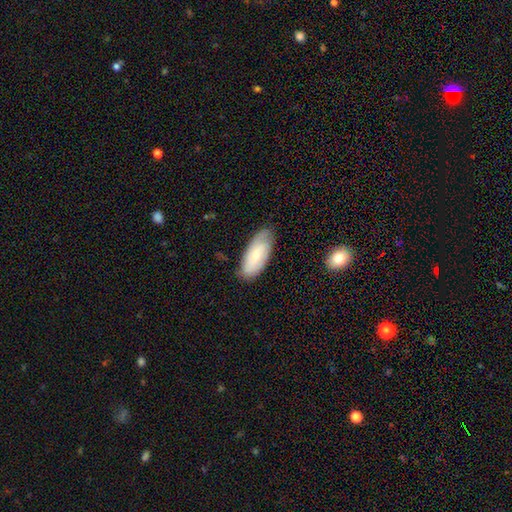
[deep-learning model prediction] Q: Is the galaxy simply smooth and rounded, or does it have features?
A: smooth — 52%.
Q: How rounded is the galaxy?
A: in between — 85%.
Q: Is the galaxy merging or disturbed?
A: none — 78%.